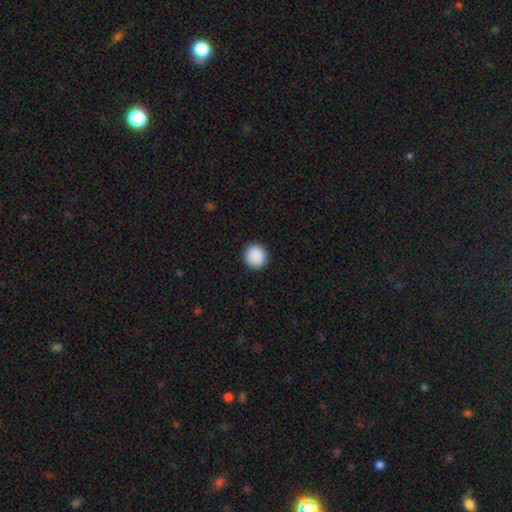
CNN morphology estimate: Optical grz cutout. It shows a smooth galaxy with no disk features (90%) that is round (94%). Merging: none (92%).